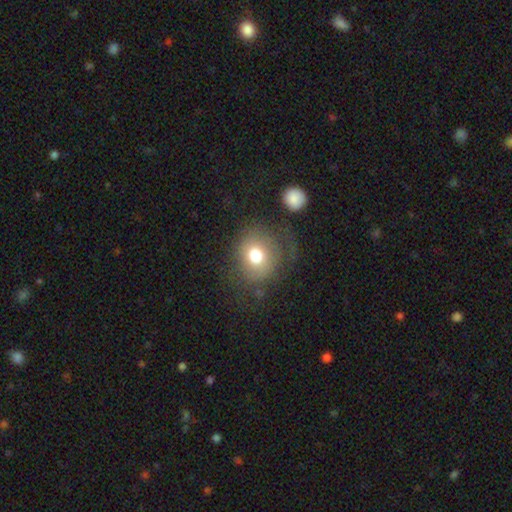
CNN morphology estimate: Smooth or featured?
  - smooth: 72% *
  - featured or disk: 17%
  - star or artifact: 11%
How rounded?
  - round: 78% *
  - in between: 21%
  - cigar-shaped: 1%
Merging?
  - none: 63% *
  - minor disturbance: 17%
  - major disturbance: 17%
  - merger: 3%